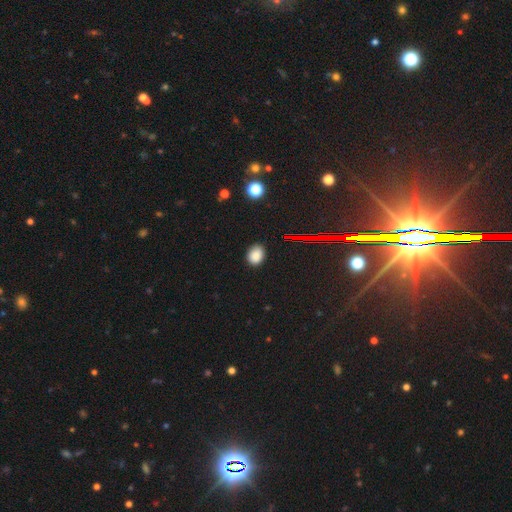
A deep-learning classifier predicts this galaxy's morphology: Smooth or featured? smooth (84%)
How rounded? in between (67%)
Merging? none (84%)